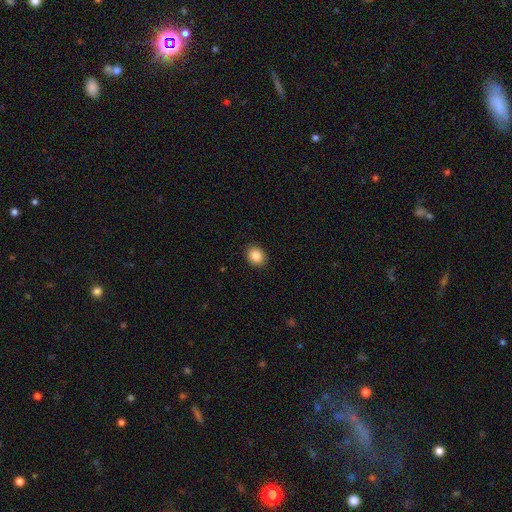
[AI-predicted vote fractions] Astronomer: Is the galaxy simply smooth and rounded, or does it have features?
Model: smooth — 86%.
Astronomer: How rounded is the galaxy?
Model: round — 54% (runner-up: in between, 45%).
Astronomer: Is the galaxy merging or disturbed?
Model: none — 91%.